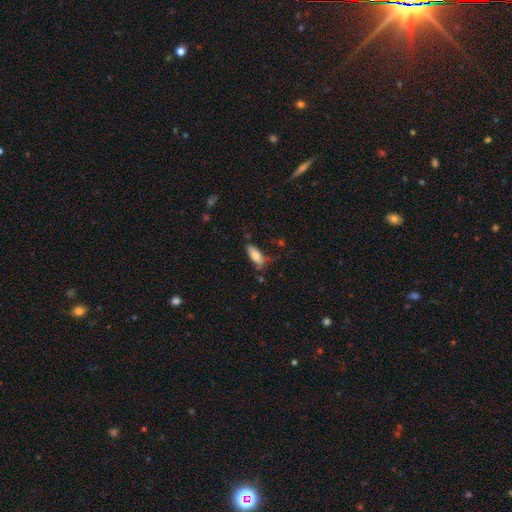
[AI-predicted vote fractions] A smooth galaxy with no disk features (77%) that is in between round and cigar-shaped (75%).

Vote fractions:
- Smooth or featured? smooth: 77% / featured or disk: 16% / star or artifact: 7%
- How rounded? in between: 75% / cigar-shaped: 23% / round: 2%
- Merging? none: 58% / minor disturbance: 28% / major disturbance: 9% / merger: 5%